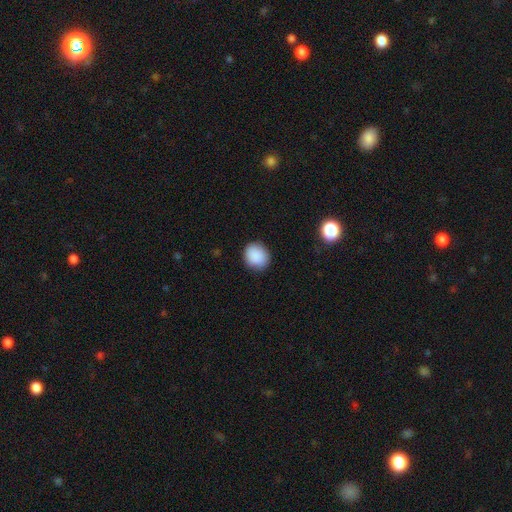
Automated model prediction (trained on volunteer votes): A smooth galaxy with no disk features (89%) that is round (74%).

Vote fractions:
- Smooth or featured? smooth: 89% / star or artifact: 8% / featured or disk: 3%
- How rounded? round: 74% / in between: 25% / cigar-shaped: 1%
- Merging? none: 86% / minor disturbance: 10% / major disturbance: 2% / merger: 1%